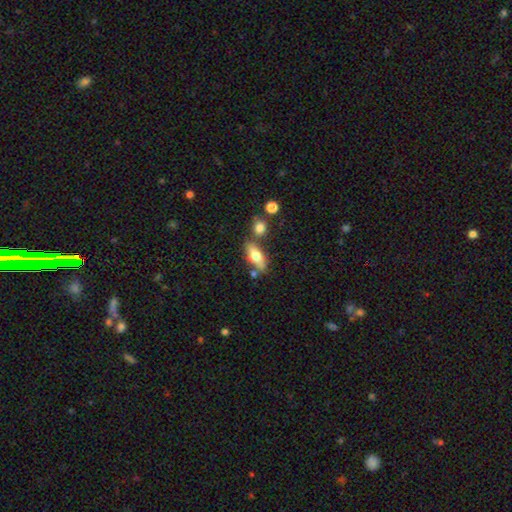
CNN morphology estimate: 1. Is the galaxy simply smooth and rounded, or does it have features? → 71% smooth, 22% featured or disk, 7% star or artifact.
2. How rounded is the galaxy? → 77% in between, 19% cigar-shaped, 4% round.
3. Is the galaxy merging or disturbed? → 60% none, 19% merger, 16% minor disturbance, 5% major disturbance.